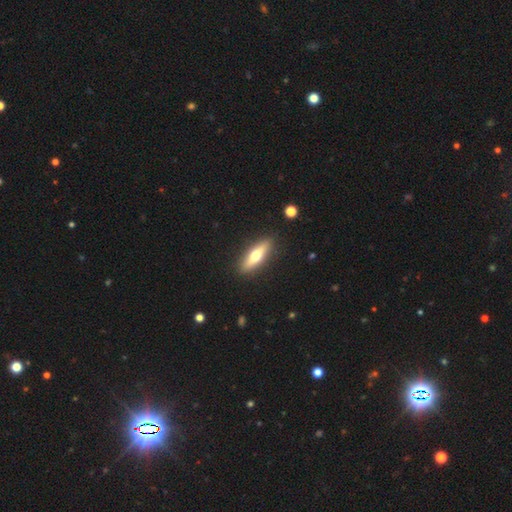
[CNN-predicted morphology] type=smooth (52%); roundness=cigar-shaped (63%); merging=none (89%).